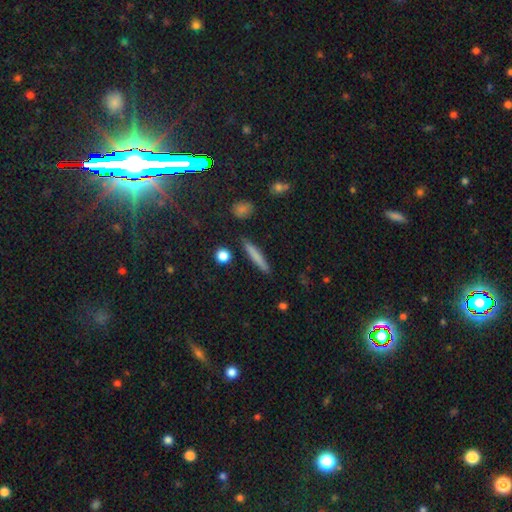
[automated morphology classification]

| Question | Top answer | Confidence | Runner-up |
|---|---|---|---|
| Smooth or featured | smooth | 71% | featured or disk (21%) |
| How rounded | cigar-shaped | 94% | in between (4%) |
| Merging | none | 89% | minor disturbance (7%) |